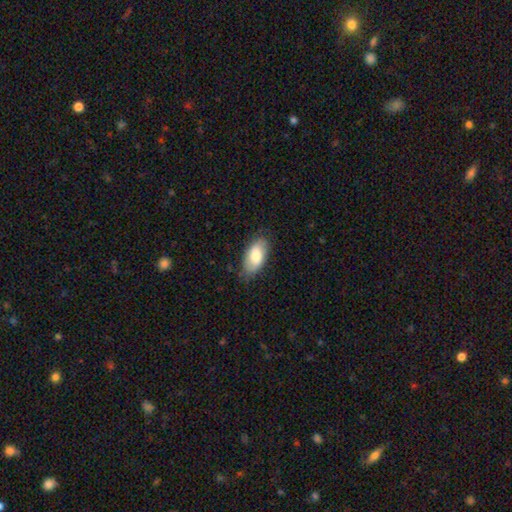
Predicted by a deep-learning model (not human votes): Smooth or featured? Predicted: smooth (p=0.76). How rounded? Predicted: in between (p=0.93). Merging? Predicted: none (p=0.76).